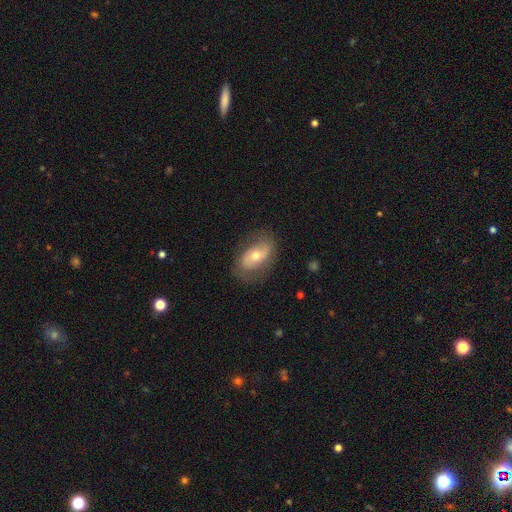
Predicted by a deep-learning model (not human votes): smooth_or_featured: featured or disk (p=0.55) [alt: smooth p=0.38]
disk_edge_on: no (p=0.92) [alt: yes p=0.08]
bar: no (p=0.62) [alt: weak p=0.25]
has_spiral_arms: yes (p=0.62) [alt: no p=0.38]
bulge_size: moderate (p=0.61) [alt: small p=0.34]
merging: none (p=0.73) [alt: minor disturbance p=0.18]